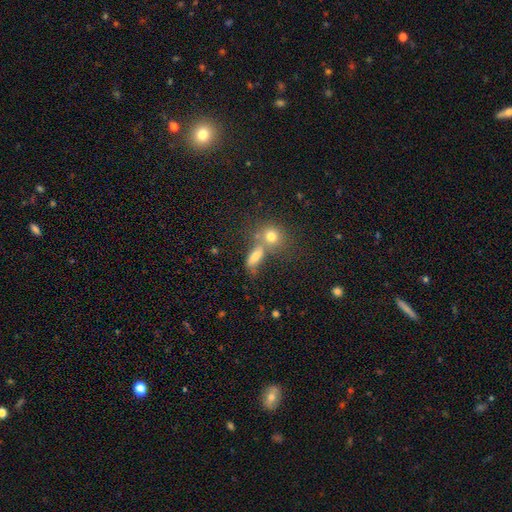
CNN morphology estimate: The model was most divided on "merging": merger: 44%, none: 37%, minor disturbance: 11%, major disturbance: 8%. More confident: smooth or featured — smooth (64%); how rounded — in between (62%).